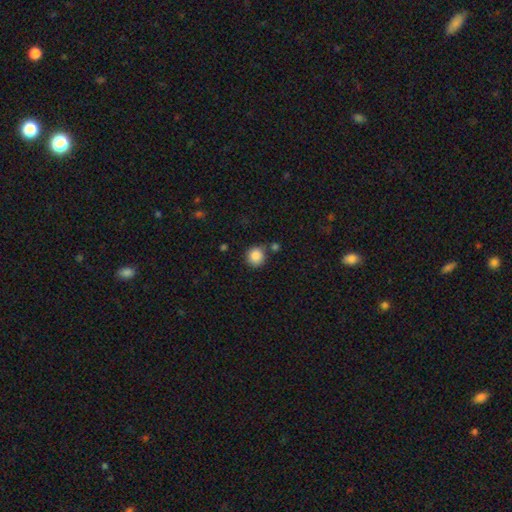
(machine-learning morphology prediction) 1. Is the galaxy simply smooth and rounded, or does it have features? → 87% smooth, 9% star or artifact, 3% featured or disk.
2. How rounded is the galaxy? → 90% round, 9% in between, 1% cigar-shaped.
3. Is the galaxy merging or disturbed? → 77% none, 11% minor disturbance, 9% merger, 3% major disturbance.